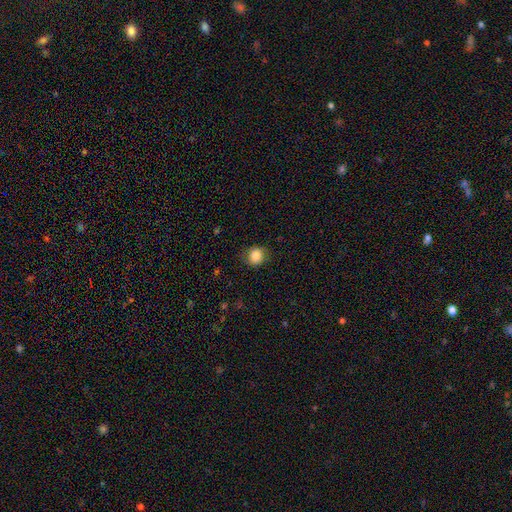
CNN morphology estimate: Smooth or featured?
  - smooth: 84% *
  - star or artifact: 10%
  - featured or disk: 6%
How rounded?
  - round: 84% *
  - in between: 15%
  - cigar-shaped: 1%
Merging?
  - none: 82% *
  - minor disturbance: 14%
  - major disturbance: 4%
  - merger: 1%